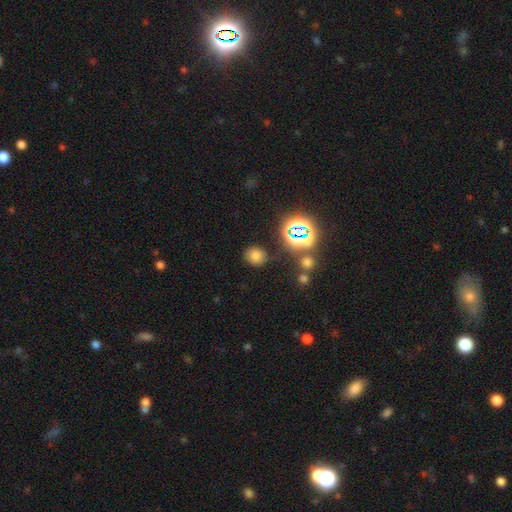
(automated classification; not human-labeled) Smooth or featured? Predicted: smooth (p=0.70). How rounded? Predicted: round (p=0.74). Merging? Predicted: none (p=0.81).